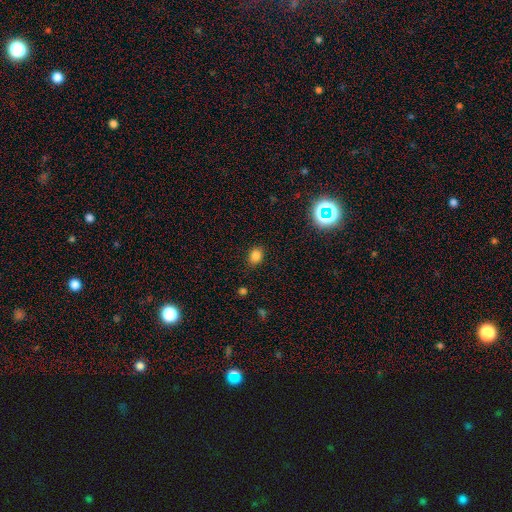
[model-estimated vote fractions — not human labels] Q: Smooth or featured?
A: smooth (82%); runner-up: star or artifact (13%)
Q: How rounded?
A: in between (50%); runner-up: round (49%)
Q: Merging?
A: none (86%); runner-up: minor disturbance (10%)